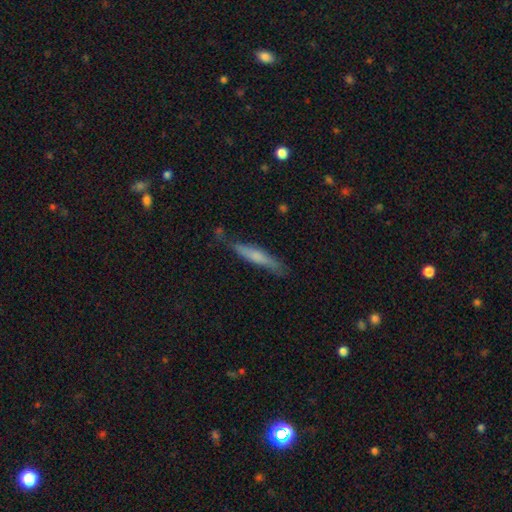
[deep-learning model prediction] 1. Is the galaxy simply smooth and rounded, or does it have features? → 55% smooth, 38% featured or disk, 6% star or artifact.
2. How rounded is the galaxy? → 91% cigar-shaped, 7% in between, 2% round.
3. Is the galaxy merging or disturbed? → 73% none, 20% minor disturbance, 4% major disturbance, 3% merger.